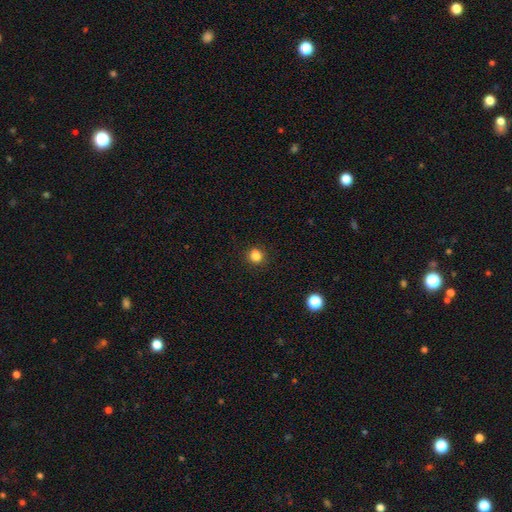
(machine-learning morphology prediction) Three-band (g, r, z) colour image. It shows a smooth galaxy with no disk features (84%) that is round (83%). Merging: none (89%).